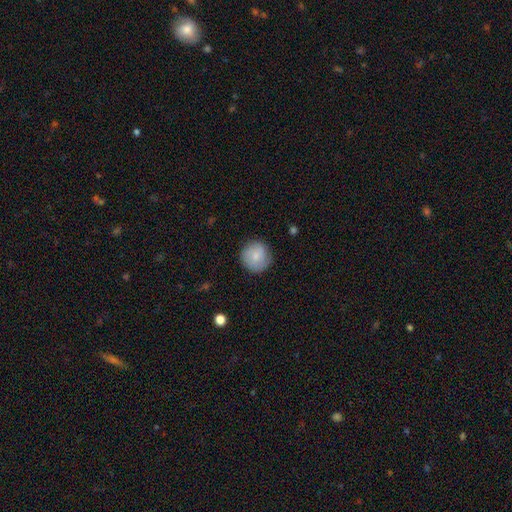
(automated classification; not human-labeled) The model was most divided on "smooth or featured": smooth: 79%, featured or disk: 14%, star or artifact: 6%. More confident: how rounded — round (93%); merging — none (82%).